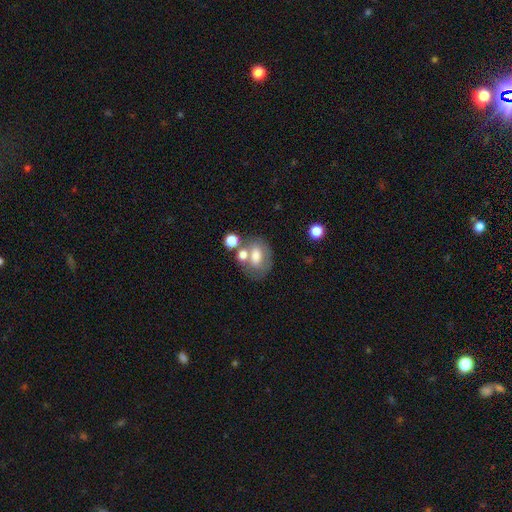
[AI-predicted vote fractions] Overall: smooth (62%; featured or disk 29%). How rounded: in between (69%; round 30%). Merging: none (47%; merger 28%).